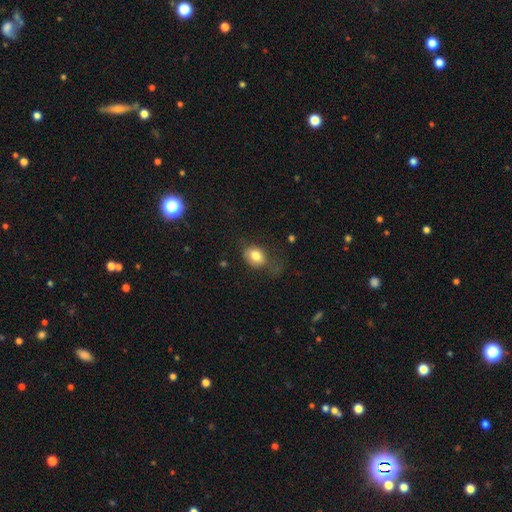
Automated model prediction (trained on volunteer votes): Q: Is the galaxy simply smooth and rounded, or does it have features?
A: smooth — 81%.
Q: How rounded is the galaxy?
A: in between — 66%.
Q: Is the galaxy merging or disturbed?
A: none — 48%.